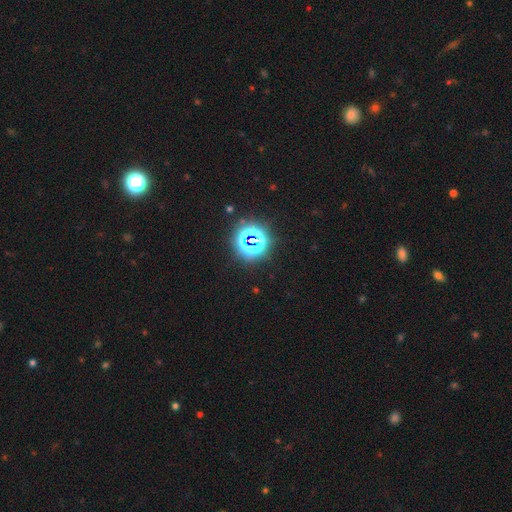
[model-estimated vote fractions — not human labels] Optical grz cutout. It shows a star or artifact, not a galaxy (78%).